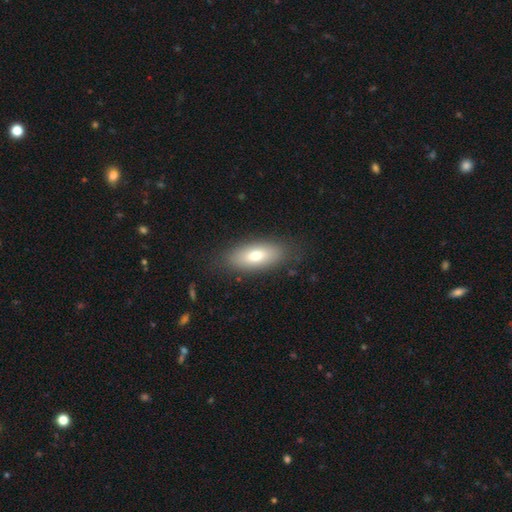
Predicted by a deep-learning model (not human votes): Morphology: type=smooth (73%); roundness=in between (81%); merging=none (84%).